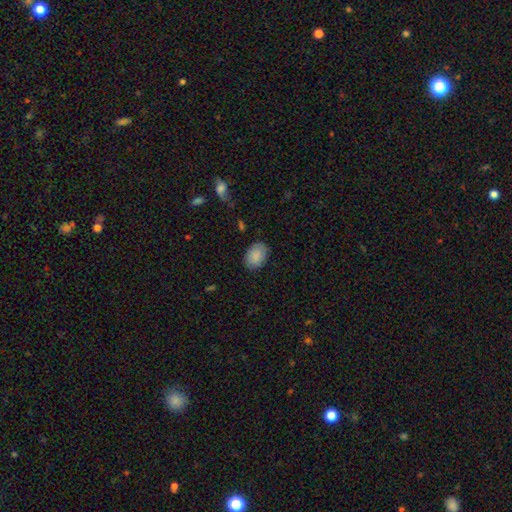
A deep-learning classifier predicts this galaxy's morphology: type=smooth (88%); roundness=in between (81%); merging=none (84%).